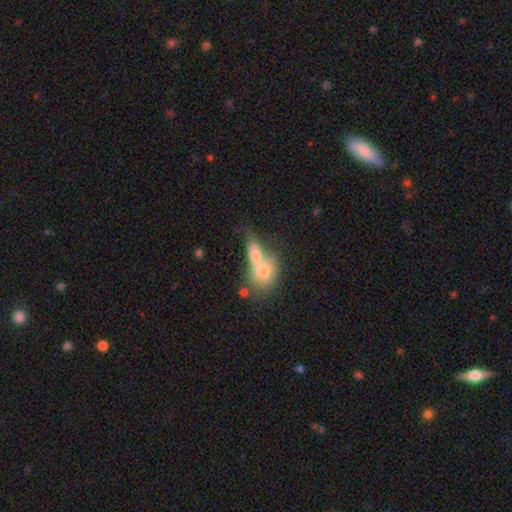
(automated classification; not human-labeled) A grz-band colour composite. It shows a smooth galaxy with no disk features (72%) that is in between round and cigar-shaped (72%). Merging: merger (67%).